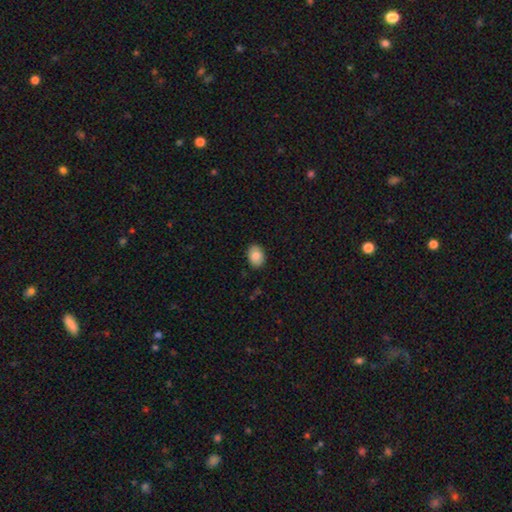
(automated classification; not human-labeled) smooth-or-featured: smooth: 84% | featured or disk: 8% | star or artifact: 7%
  how-rounded: in between: 73% | round: 26% | cigar-shaped: 1%
  merging: none: 89% | minor disturbance: 8% | major disturbance: 2% | merger: 1%